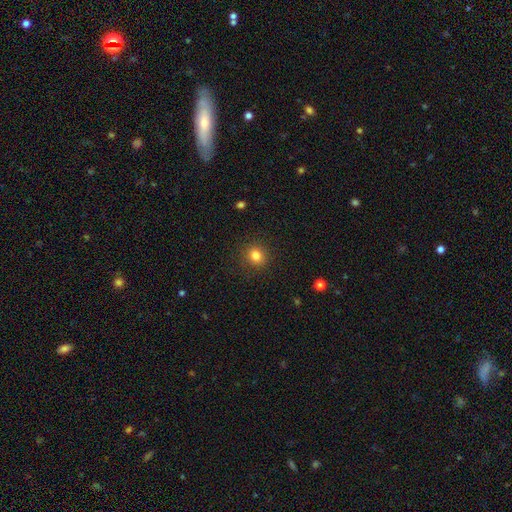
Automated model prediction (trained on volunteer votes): Overall: smooth (82%). How rounded: round (83%). Merging: none (89%).